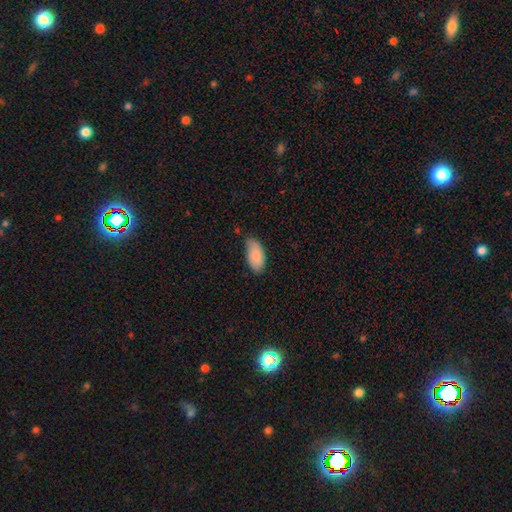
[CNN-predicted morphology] A smooth galaxy with no disk features (87%) that is in between round and cigar-shaped (94%).

Vote fractions:
- Smooth or featured? smooth: 87% / featured or disk: 7% / star or artifact: 6%
- How rounded? in between: 94% / cigar-shaped: 4% / round: 2%
- Merging? none: 66% / minor disturbance: 28% / major disturbance: 4% / merger: 2%